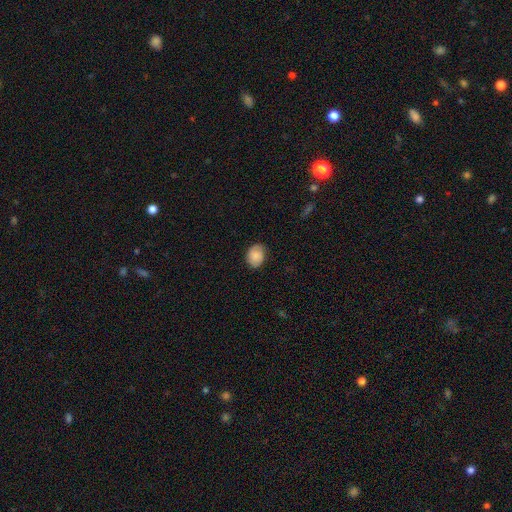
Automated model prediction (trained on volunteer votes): smooth 74%, featured or disk 18%, star or artifact 8%. Down the decision tree: how rounded — in between (62%); merging — none (77%).